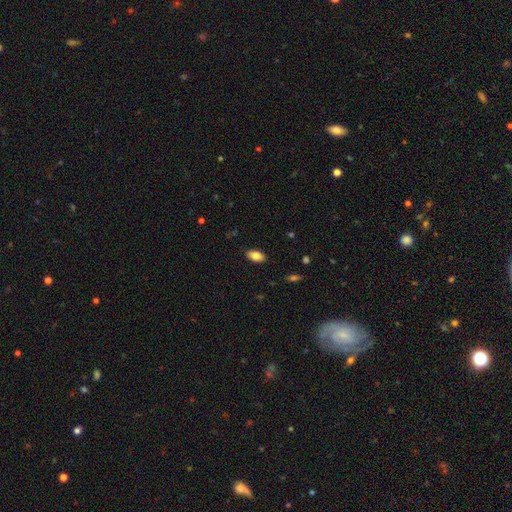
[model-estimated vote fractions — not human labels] Q: Smooth or featured?
A: smooth (84%); runner-up: featured or disk (9%)
Q: How rounded?
A: in between (92%); runner-up: cigar-shaped (4%)
Q: Merging?
A: none (87%); runner-up: minor disturbance (9%)